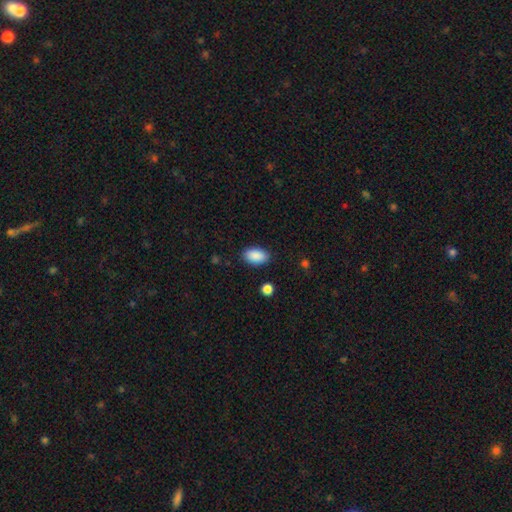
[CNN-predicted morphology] Q: Smooth or featured?
A: smooth (90%); runner-up: star or artifact (7%)
Q: How rounded?
A: in between (92%); runner-up: round (6%)
Q: Merging?
A: none (87%); runner-up: minor disturbance (9%)